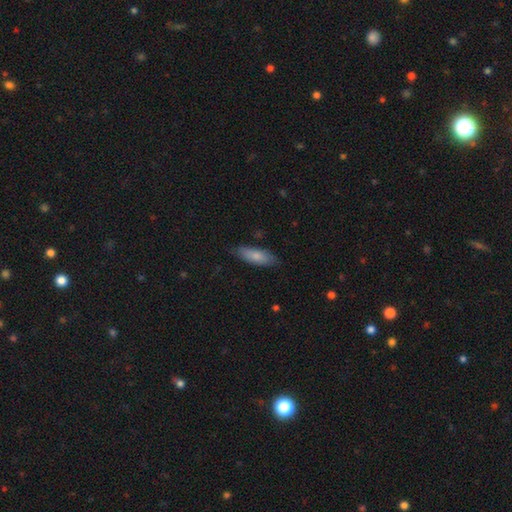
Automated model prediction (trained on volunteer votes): A smooth galaxy with no disk features (77%) that is in between round and cigar-shaped (63%). Merging: none (78%).